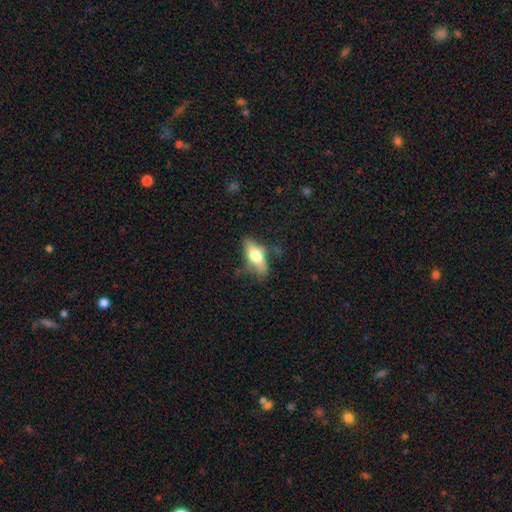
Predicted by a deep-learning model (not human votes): smooth-or-featured: smooth: 57% | featured or disk: 35% | star or artifact: 8%
  how-rounded: in between: 75% | cigar-shaped: 19% | round: 5%
  merging: none: 61% | minor disturbance: 25% | major disturbance: 11% | merger: 3%